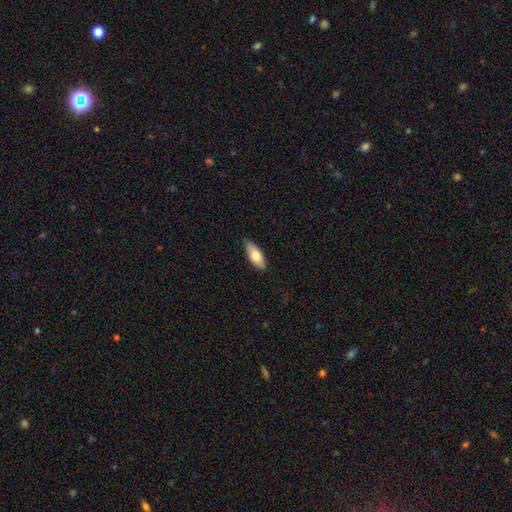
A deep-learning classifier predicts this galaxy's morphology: smooth 73%, featured or disk 22%, star or artifact 6%. Down the decision tree: how rounded — in between (73%); merging — none (80%).